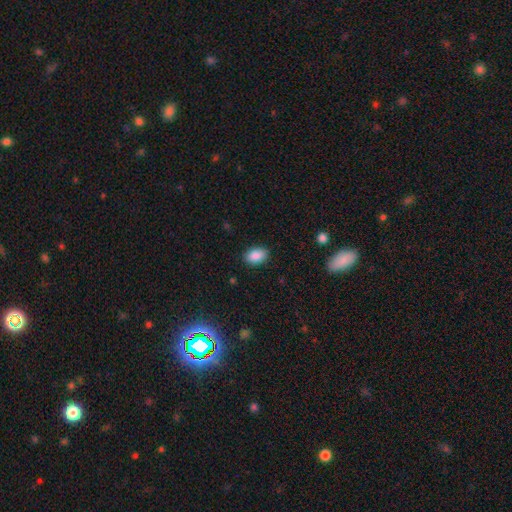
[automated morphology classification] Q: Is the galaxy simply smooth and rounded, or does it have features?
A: smooth — 89%.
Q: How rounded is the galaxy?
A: in between — 88%.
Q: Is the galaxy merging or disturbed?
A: none — 88%.